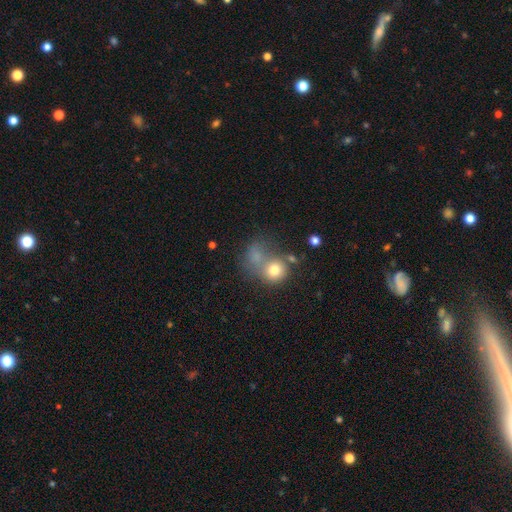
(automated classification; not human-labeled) Smooth or featured: smooth — 72% (featured or disk — 15%)
How rounded: round — 65% (in between — 34%)
Merging: merger — 44% (none — 29%)